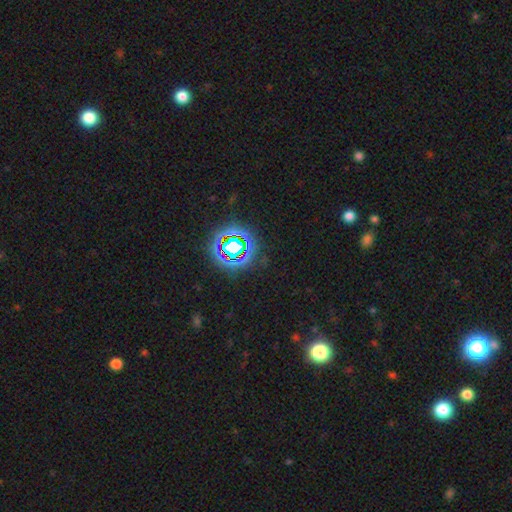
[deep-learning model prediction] A star or artifact, not a galaxy (77%).

Vote fractions:
- Smooth or featured? star or artifact: 77% / smooth: 15% / featured or disk: 8%